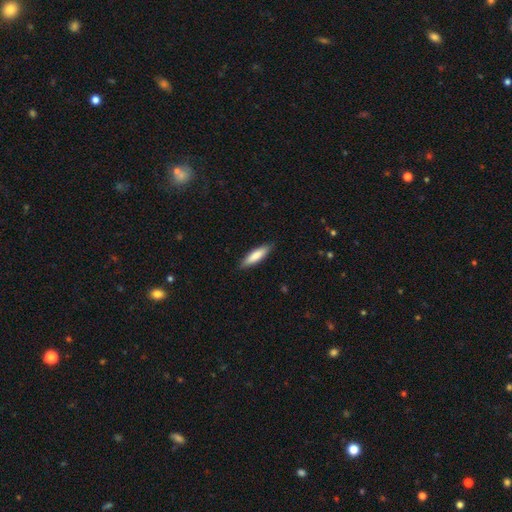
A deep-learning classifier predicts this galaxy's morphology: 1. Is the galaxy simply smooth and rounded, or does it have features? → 78% smooth, 16% featured or disk, 5% star or artifact.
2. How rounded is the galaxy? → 70% cigar-shaped, 29% in between, 1% round.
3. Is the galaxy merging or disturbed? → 88% none, 10% minor disturbance, 2% major disturbance, 1% merger.